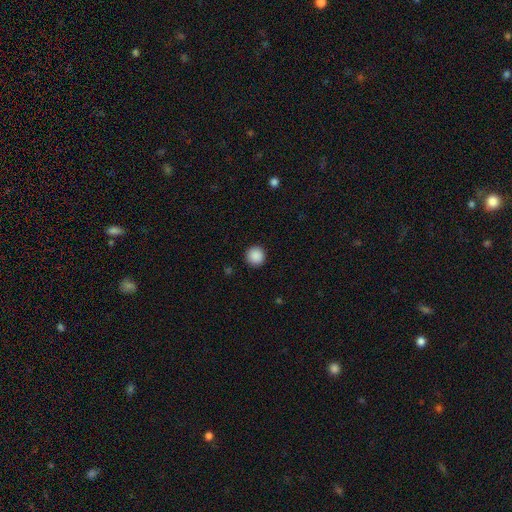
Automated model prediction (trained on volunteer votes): This is clearly a smooth galaxy (89%). How rounded: clearly round (95%). Merging: clearly none (92%).